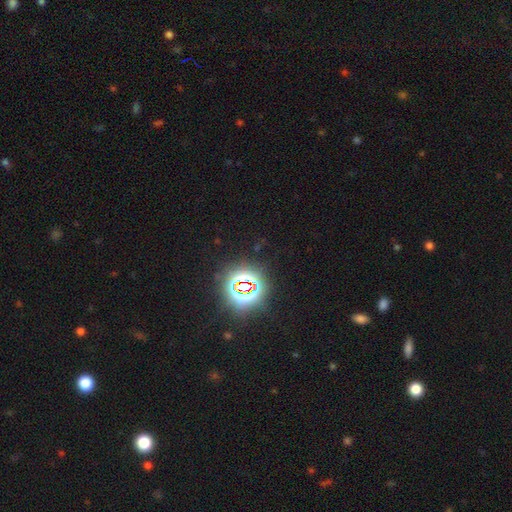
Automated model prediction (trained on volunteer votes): This appears to be a star or artifact, not a galaxy (83%).